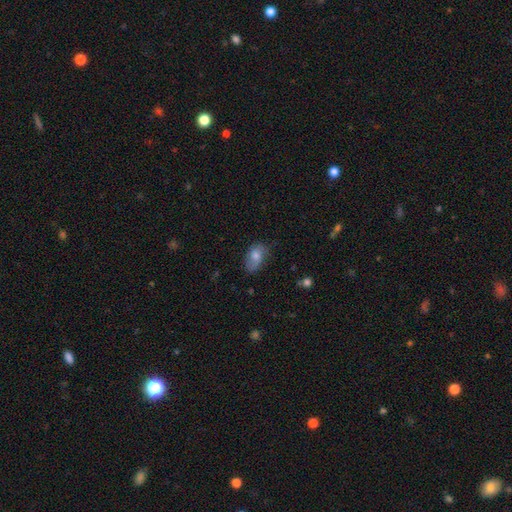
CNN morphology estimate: This appears to be a smooth galaxy with no disk features (69%) that is in between round and cigar-shaped (87%). Merging: none (63%).